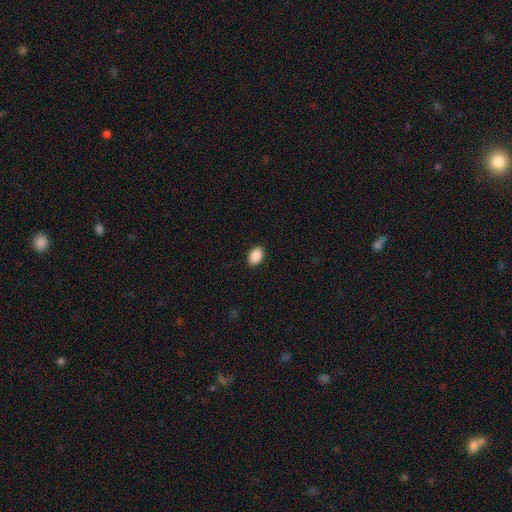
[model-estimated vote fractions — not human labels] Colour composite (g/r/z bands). It shows a smooth galaxy with no disk features (90%) that is in between round and cigar-shaped (83%). Merging: none (91%).